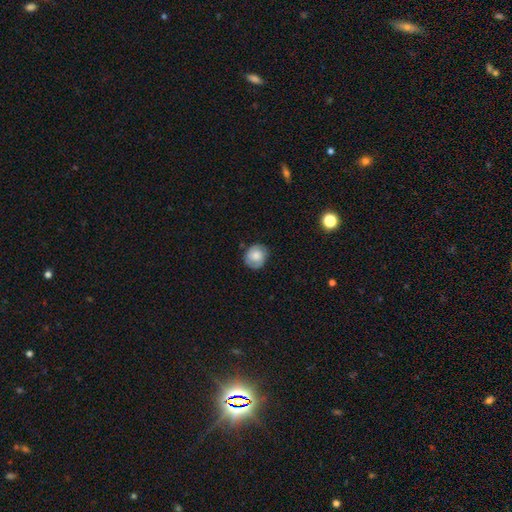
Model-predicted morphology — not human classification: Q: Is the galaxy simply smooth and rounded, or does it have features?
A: smooth — 72%.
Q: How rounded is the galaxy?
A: round — 77%.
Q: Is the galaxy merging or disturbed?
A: none — 77%.